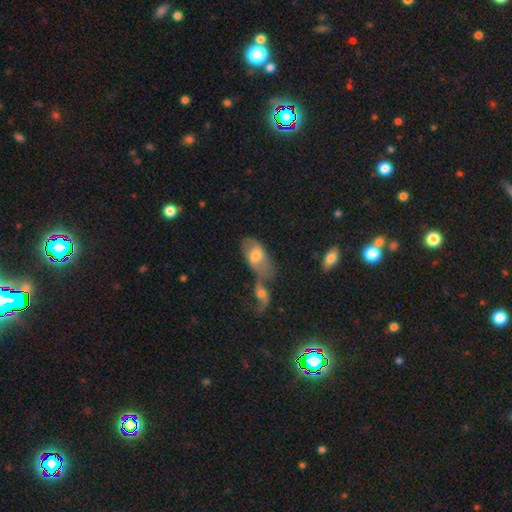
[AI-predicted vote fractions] smooth 56%, featured or disk 37%, star or artifact 7%. Down the decision tree: how rounded — in between (91%); merging — merger (53%).